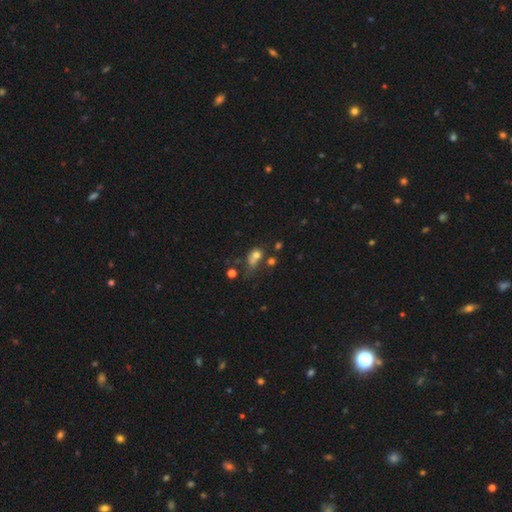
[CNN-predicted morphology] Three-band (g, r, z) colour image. It shows a smooth galaxy with no disk features (69%) that is round (53%). Merging: merger (34%).